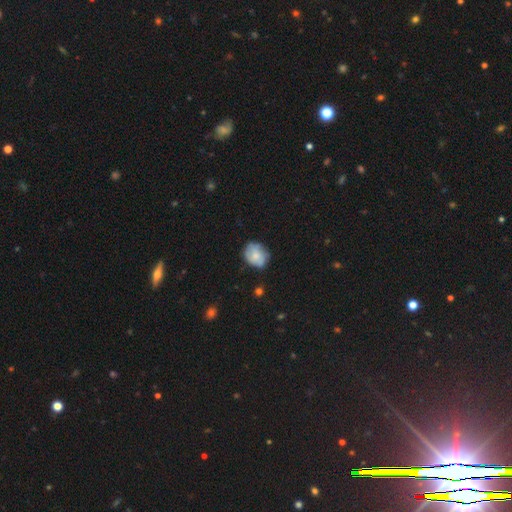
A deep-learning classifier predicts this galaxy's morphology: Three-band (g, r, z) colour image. It shows a smooth galaxy with no disk features (63%) that is in between round and cigar-shaped (51%). Merging: none (66%).